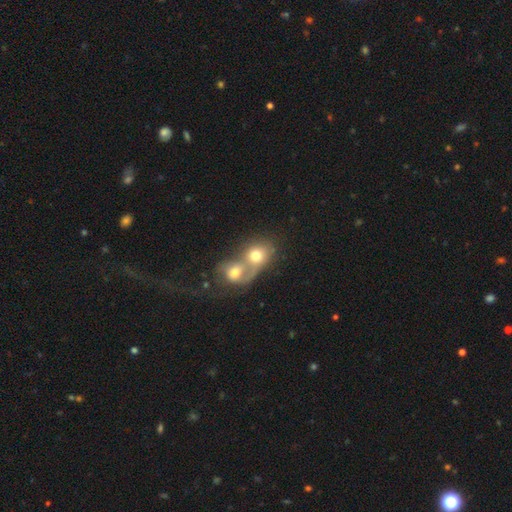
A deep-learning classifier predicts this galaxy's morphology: smooth_or_featured: smooth (p=0.66) [alt: featured or disk p=0.24]
how_rounded: round (p=0.61) [alt: in between p=0.38]
merging: merger (p=0.75) [alt: none p=0.15]